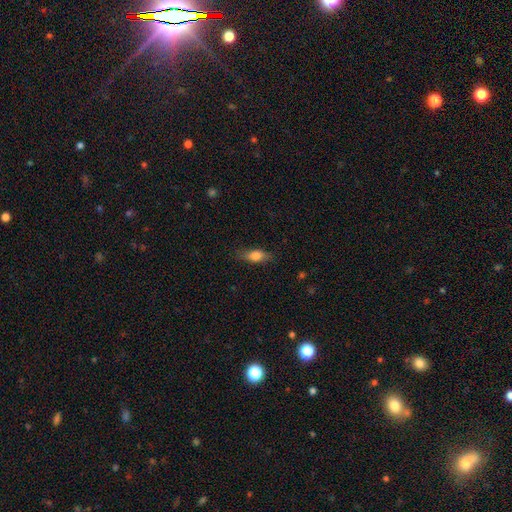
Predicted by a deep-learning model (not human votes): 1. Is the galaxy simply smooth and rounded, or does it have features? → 76% smooth, 16% featured or disk, 8% star or artifact.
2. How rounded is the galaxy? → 71% in between, 24% cigar-shaped, 5% round.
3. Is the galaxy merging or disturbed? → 79% none, 16% minor disturbance, 4% major disturbance, 1% merger.